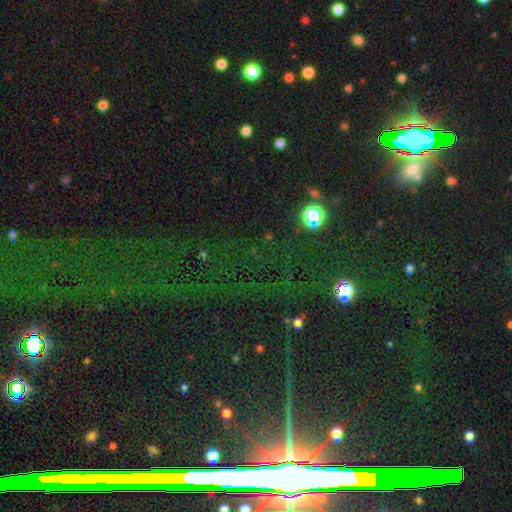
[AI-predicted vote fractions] Overall: star or artifact (79%).